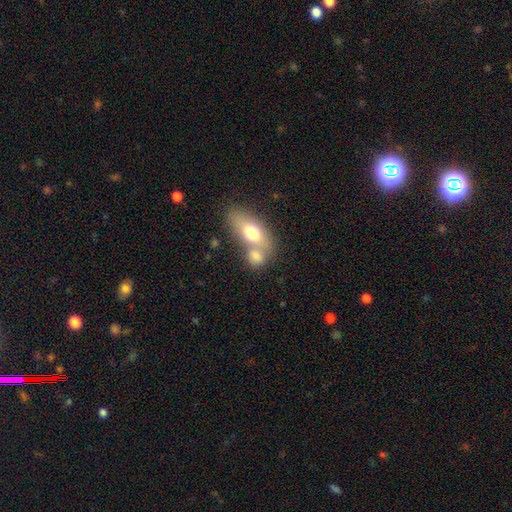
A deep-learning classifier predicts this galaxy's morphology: smooth_or_featured: smooth (p=0.74) [alt: featured or disk p=0.19]
how_rounded: in between (p=0.69) [alt: round p=0.23]
merging: merger (p=0.54) [alt: none p=0.33]